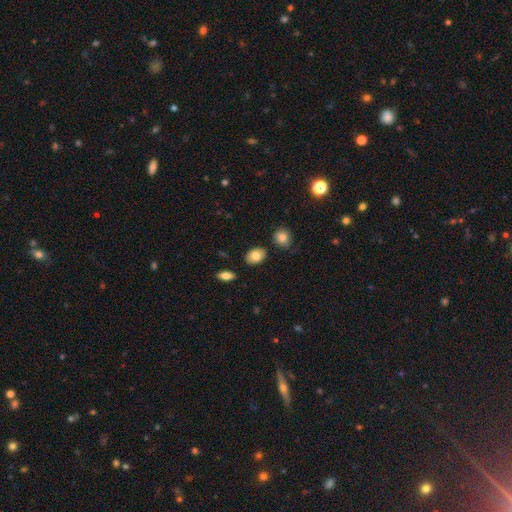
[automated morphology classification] Smooth or featured: smooth — 82% (featured or disk — 11%)
How rounded: in between — 83% (round — 16%)
Merging: none — 84% (minor disturbance — 10%)